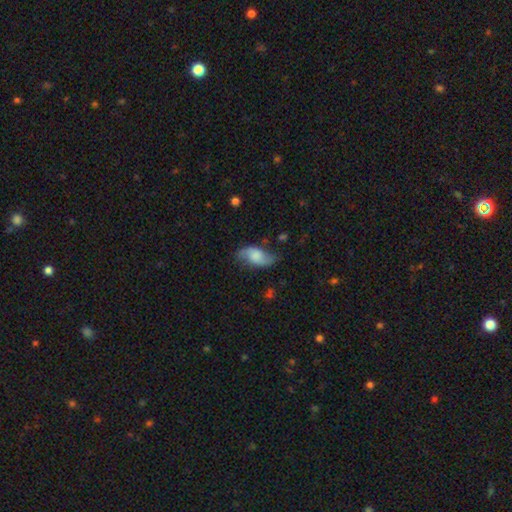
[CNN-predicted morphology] Overall: smooth (47%; featured or disk 45%). Merging: none (63%; minor disturbance 25%).